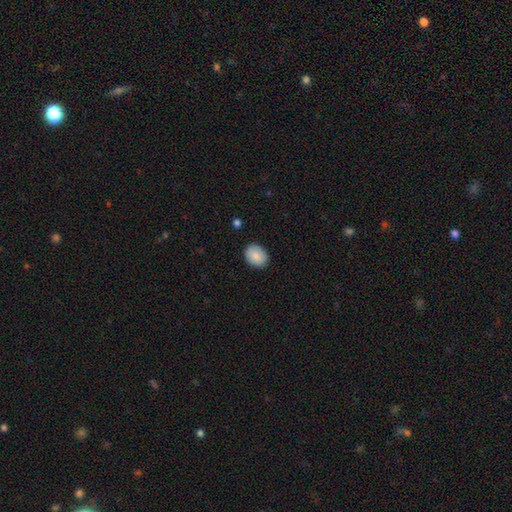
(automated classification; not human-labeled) Smooth or featured? smooth (87%)
How rounded? in between (61%)
Merging? none (87%)